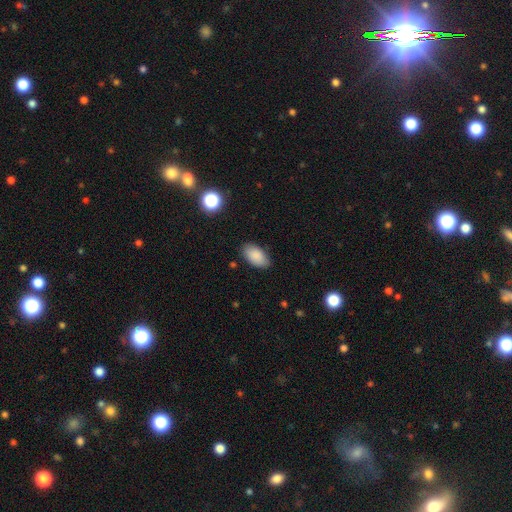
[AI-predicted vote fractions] A smooth galaxy with no disk features (88%) that is in between round and cigar-shaped (94%). Merging: none (85%).